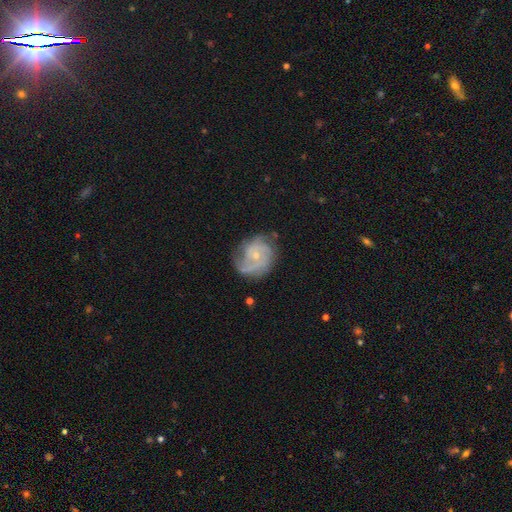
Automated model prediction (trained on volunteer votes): Smooth or featured?
  - featured or disk: 80% *
  - smooth: 13%
  - star or artifact: 6%
Edge-on disk?
  - no: 98% *
  - yes: 2%
Bar?
  - no: 73% *
  - weak: 23%
  - strong: 3%
Spiral arms?
  - yes: 94% *
  - no: 6%
Spiral winding?
  - tight: 42% *
  - medium: 41%
  - loose: 17%
Spiral arm count?
  - 2: 36% *
  - can't tell: 23%
  - 3: 22%
  - 1: 9%
  - 4: 6%
  - more than 4: 5%
Bulge size?
  - small: 72% *
  - moderate: 24%
  - none: 2%
  - large: 1%
  - dominant: 1%
Merging?
  - none: 63% *
  - minor disturbance: 23%
  - major disturbance: 12%
  - merger: 2%